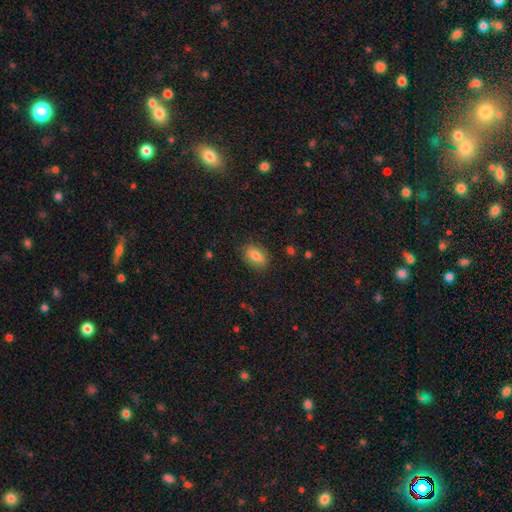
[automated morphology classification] This appears to be a smooth galaxy with no disk features (82%) that is in between round and cigar-shaped (86%). Merging: none (86%).